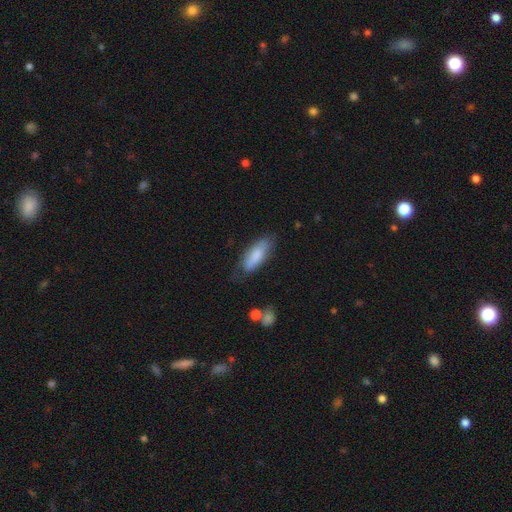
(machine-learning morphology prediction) Q: Smooth or featured?
A: smooth (79%); runner-up: featured or disk (15%)
Q: How rounded?
A: in between (68%); runner-up: cigar-shaped (30%)
Q: Merging?
A: none (67%); runner-up: minor disturbance (24%)